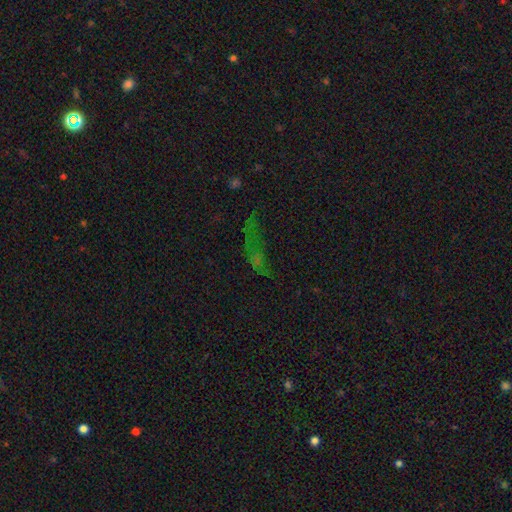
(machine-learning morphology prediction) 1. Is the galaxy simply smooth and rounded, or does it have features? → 57% star or artifact, 26% smooth, 18% featured or disk.